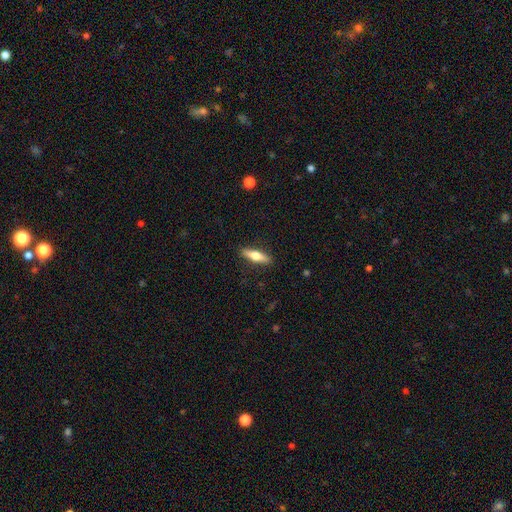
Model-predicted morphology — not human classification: Q: Smooth or featured?
A: smooth (56%); runner-up: featured or disk (38%)
Q: How rounded?
A: cigar-shaped (66%); runner-up: in between (32%)
Q: Merging?
A: none (90%); runner-up: minor disturbance (8%)